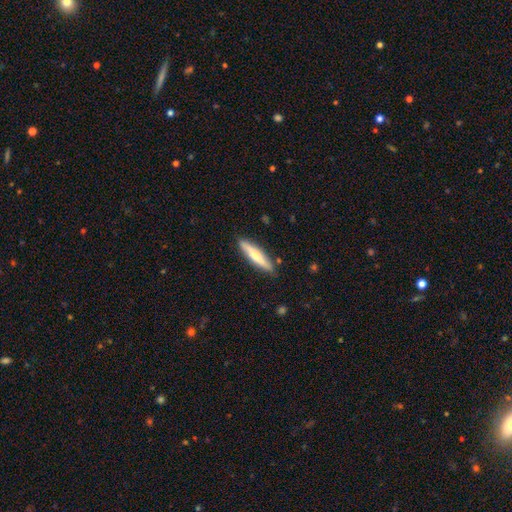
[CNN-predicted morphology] smooth_or_featured: smooth (p=0.61) [alt: featured or disk p=0.33]
how_rounded: cigar-shaped (p=0.87) [alt: in between p=0.12]
merging: none (p=0.86) [alt: minor disturbance p=0.11]